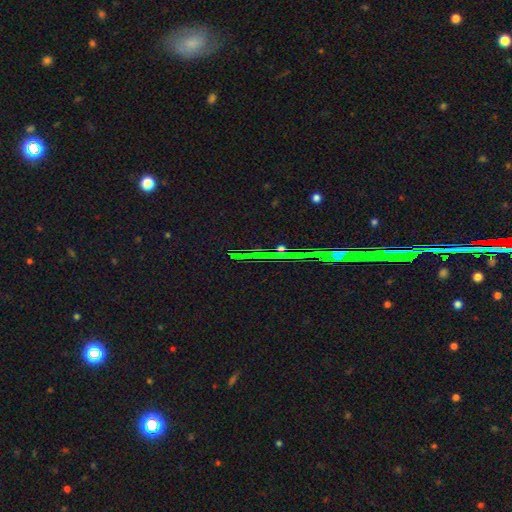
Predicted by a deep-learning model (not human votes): smooth-or-featured: star or artifact: 81% | featured or disk: 10% | smooth: 9%